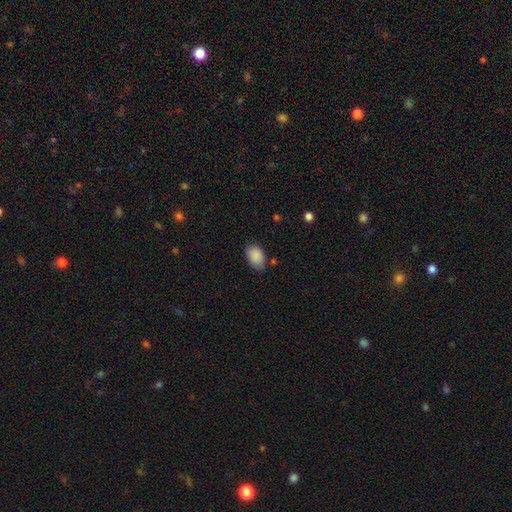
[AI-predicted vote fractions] Smooth or featured? smooth (89%)
How rounded? in between (87%)
Merging? none (78%)